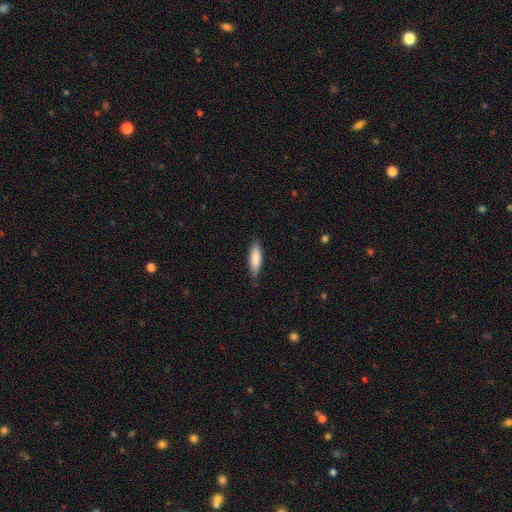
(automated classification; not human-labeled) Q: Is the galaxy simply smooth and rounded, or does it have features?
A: smooth — 84%.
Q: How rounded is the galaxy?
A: cigar-shaped — 60%.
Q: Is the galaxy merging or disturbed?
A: none — 85%.